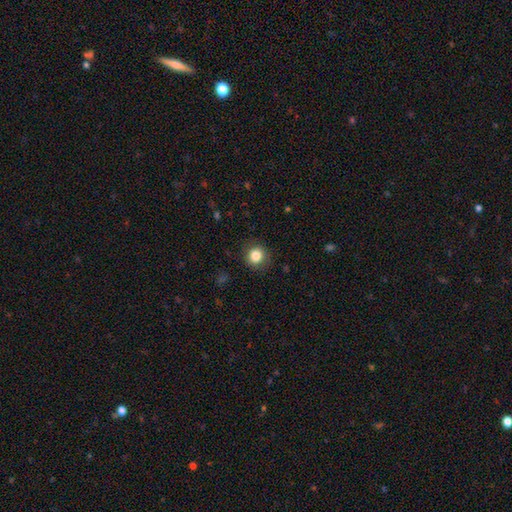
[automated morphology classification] Q: Smooth or featured?
A: smooth (84%); runner-up: star or artifact (10%)
Q: How rounded?
A: round (88%); runner-up: in between (11%)
Q: Merging?
A: none (87%); runner-up: minor disturbance (9%)